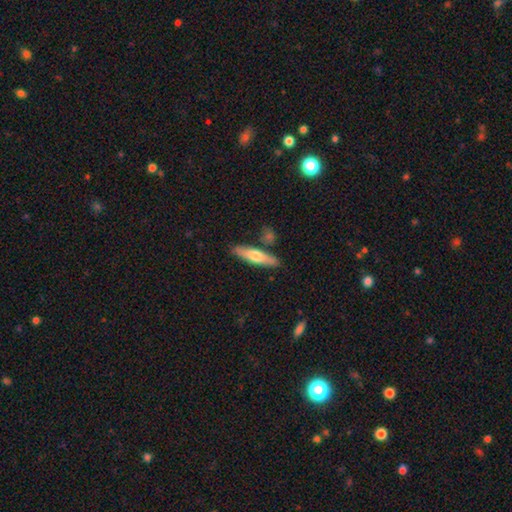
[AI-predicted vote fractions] Smooth or featured? Predicted: smooth (p=0.59). How rounded? Predicted: cigar-shaped (p=0.74). Merging? Predicted: none (p=0.79).